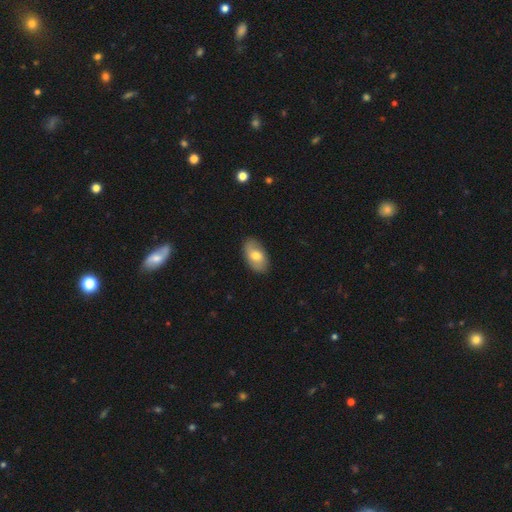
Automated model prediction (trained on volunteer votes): A smooth galaxy with no disk features (70%) that is in between round and cigar-shaped (93%). Merging: none (86%).